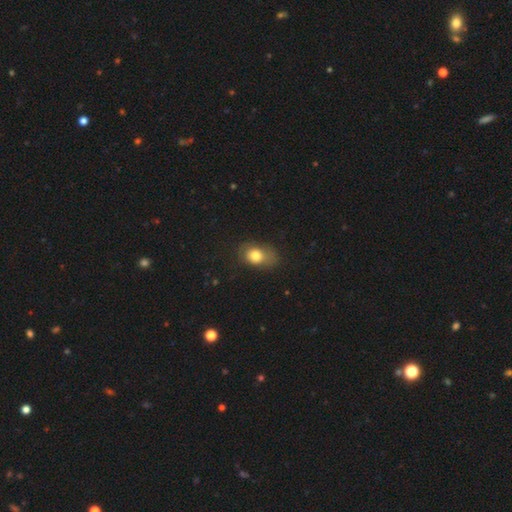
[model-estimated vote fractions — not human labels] Smooth or featured: smooth — 77% (featured or disk — 13%)
How rounded: in between — 67% (round — 32%)
Merging: none — 53% (minor disturbance — 29%)